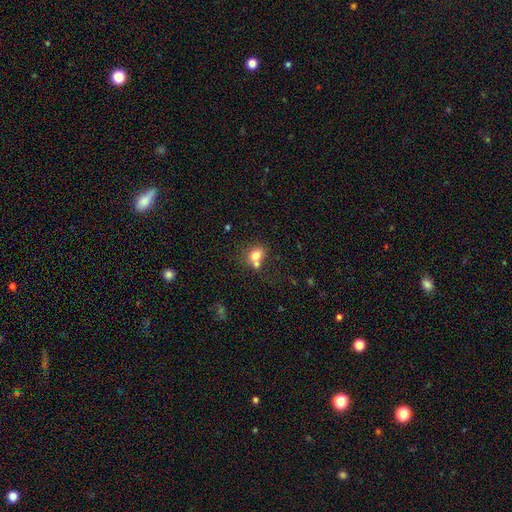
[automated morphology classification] Overall: smooth (76%). How rounded: round (53%; in between 46%). Merging: none (43%; merger 42%).